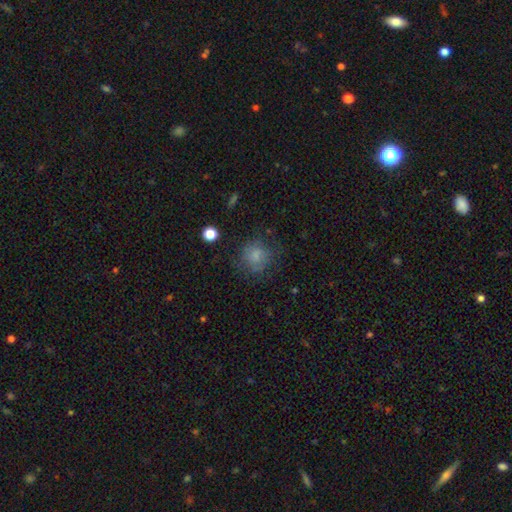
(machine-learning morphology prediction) Q: Smooth or featured?
A: smooth (75%); runner-up: featured or disk (13%)
Q: How rounded?
A: round (86%); runner-up: in between (13%)
Q: Merging?
A: none (69%); runner-up: minor disturbance (19%)